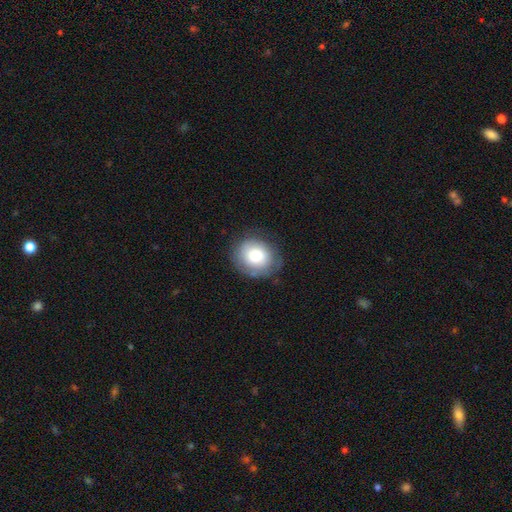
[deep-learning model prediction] Smooth or featured: smooth — 74% (featured or disk — 18%)
How rounded: round — 74% (in between — 25%)
Merging: none — 75% (minor disturbance — 18%)